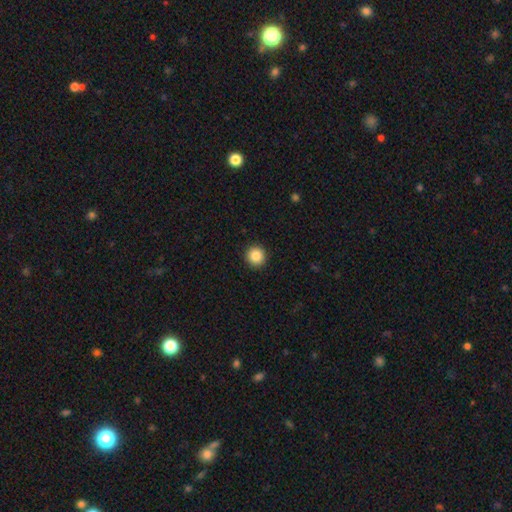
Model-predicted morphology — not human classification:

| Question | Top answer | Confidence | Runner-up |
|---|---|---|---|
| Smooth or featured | smooth | 86% | star or artifact (9%) |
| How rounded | round | 95% | in between (4%) |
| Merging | none | 93% | minor disturbance (5%) |